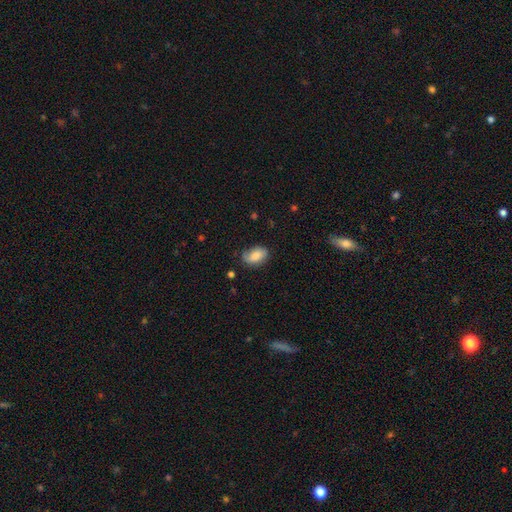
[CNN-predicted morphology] A smooth galaxy with no disk features (76%) that is in between round and cigar-shaped (91%).

Vote fractions:
- Smooth or featured? smooth: 76% / featured or disk: 16% / star or artifact: 7%
- How rounded? in between: 91% / round: 7% / cigar-shaped: 2%
- Merging? none: 69% / minor disturbance: 24% / major disturbance: 6% / merger: 2%